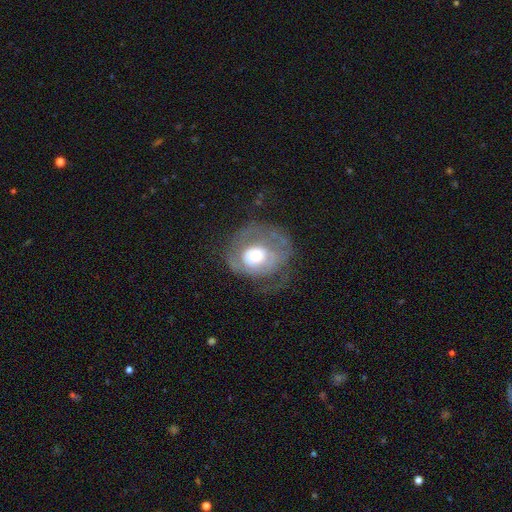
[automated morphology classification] Smooth or featured? Predicted: featured or disk (p=0.61). Edge-on disk? Predicted: no (p=0.97). Bar? Predicted: no (p=0.81). Spiral arms? Predicted: yes (p=0.55). Bulge size? Predicted: moderate (p=0.64). Merging? Predicted: none (p=0.40).